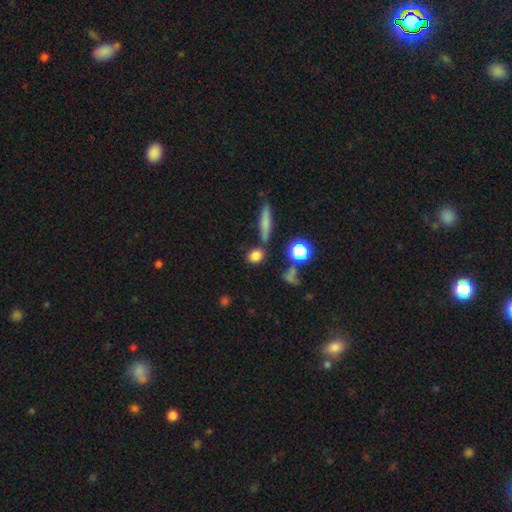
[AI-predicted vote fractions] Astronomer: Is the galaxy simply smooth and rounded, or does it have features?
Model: smooth — 81%.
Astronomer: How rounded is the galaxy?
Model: round — 54% (runner-up: in between, 38%).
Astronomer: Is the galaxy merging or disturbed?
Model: none — 73%.